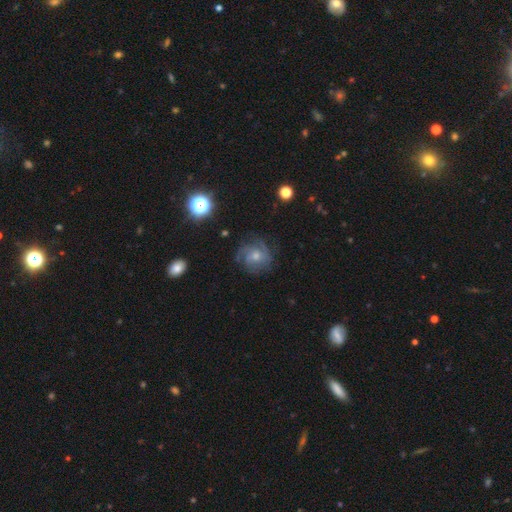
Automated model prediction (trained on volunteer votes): Morphology: type=featured or disk (67%); edge-on=no (98%); bar=no (73%); spiral arms=yes (89%); winding=tight (43%); arm count=can't tell (34%); bulge=moderate (48%); merging=none (68%).